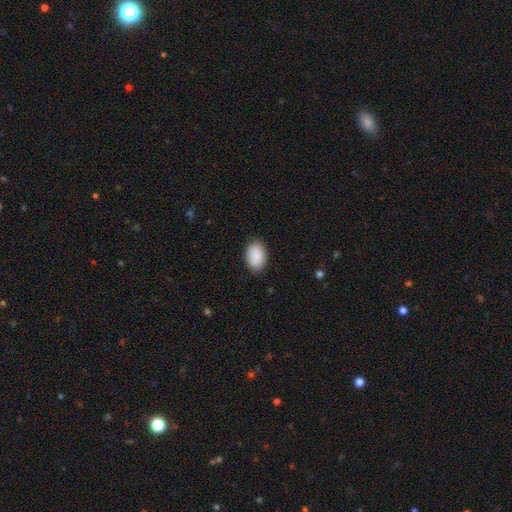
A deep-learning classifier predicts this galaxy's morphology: Smooth or featured: smooth — 91% (star or artifact — 6%)
How rounded: in between — 91% (round — 8%)
Merging: none — 87% (minor disturbance — 9%)